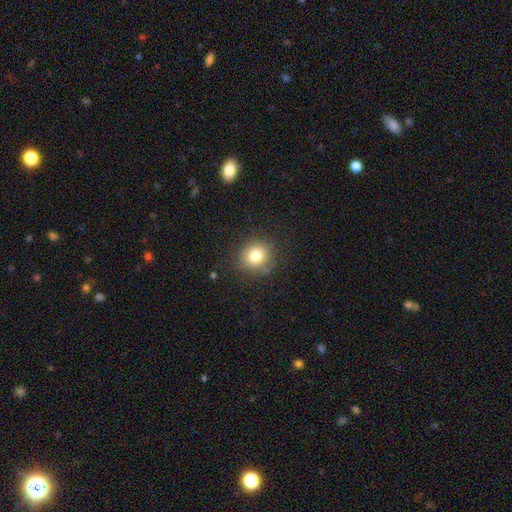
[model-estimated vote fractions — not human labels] smooth 79%, star or artifact 12%, featured or disk 9%. Down the decision tree: how rounded — round (82%); merging — none (83%).